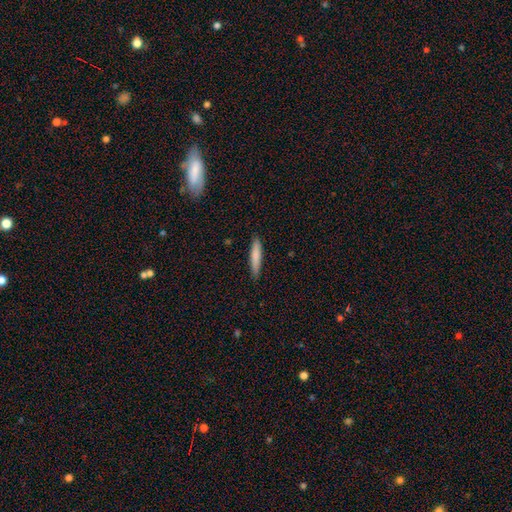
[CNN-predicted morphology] The model was most divided on "smooth or featured": smooth: 80%, featured or disk: 14%, star or artifact: 6%. More confident: how rounded — cigar-shaped (90%); merging — none (88%).